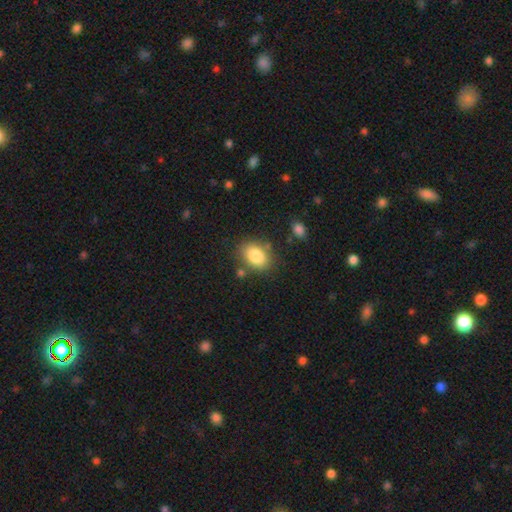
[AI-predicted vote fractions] Smooth or featured? smooth (84%)
How rounded? in between (75%)
Merging? none (77%)